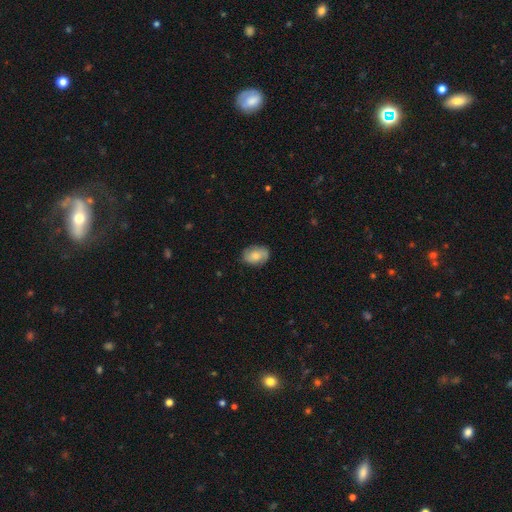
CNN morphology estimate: This appears to be a smooth galaxy with no disk features (67%) that is in between round and cigar-shaped (78%). Merging: none (77%).